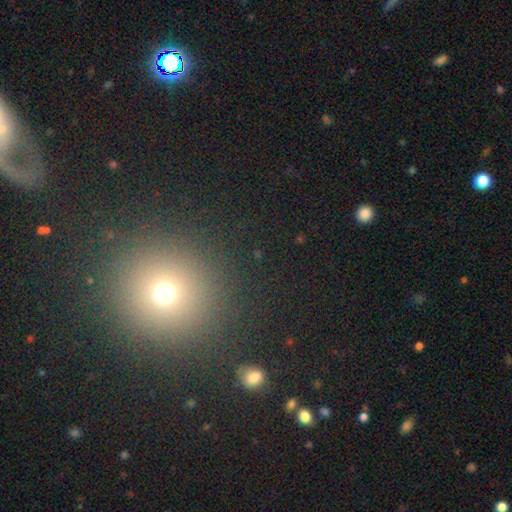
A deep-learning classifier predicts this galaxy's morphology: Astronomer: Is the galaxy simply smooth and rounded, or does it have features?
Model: smooth — 54% (runner-up: star or artifact, 38%).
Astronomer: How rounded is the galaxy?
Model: round — 93%.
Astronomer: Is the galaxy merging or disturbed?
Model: none — 91%.